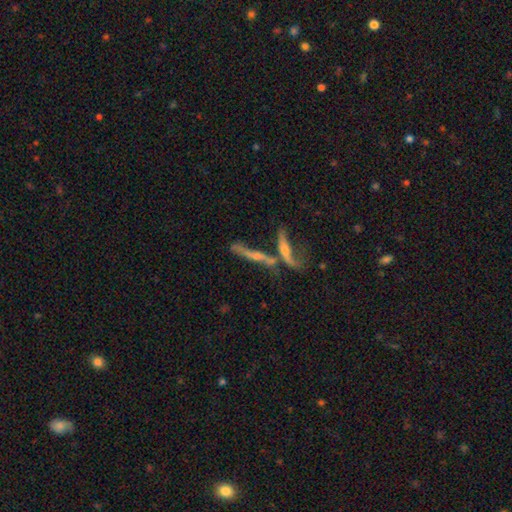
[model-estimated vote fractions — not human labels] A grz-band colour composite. It shows a featured or disk galaxy (63%) viewed edge-on (79%). Merging: merger (39%).